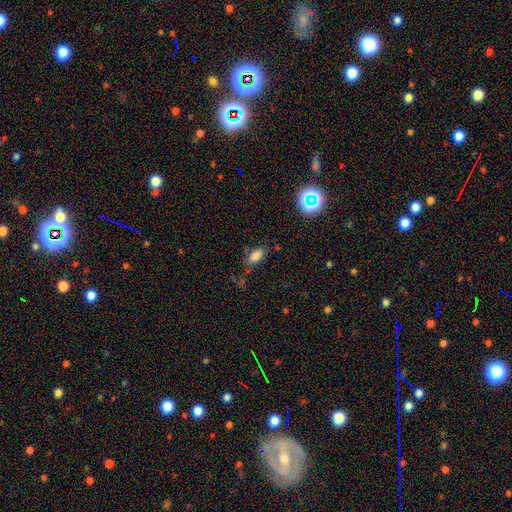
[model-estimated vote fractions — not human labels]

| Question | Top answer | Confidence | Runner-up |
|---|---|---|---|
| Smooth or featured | smooth | 79% | star or artifact (13%) |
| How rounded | in between | 89% | cigar-shaped (6%) |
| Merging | none | 66% | minor disturbance (19%) |